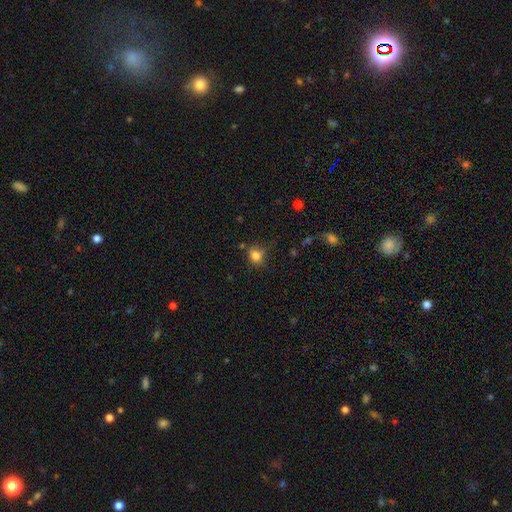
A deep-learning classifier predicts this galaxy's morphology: A smooth galaxy with no disk features (81%) that is round (67%).

Vote fractions:
- Smooth or featured? smooth: 81% / star or artifact: 12% / featured or disk: 6%
- How rounded? round: 67% / in between: 32% / cigar-shaped: 1%
- Merging? none: 68% / minor disturbance: 21% / major disturbance: 6% / merger: 5%